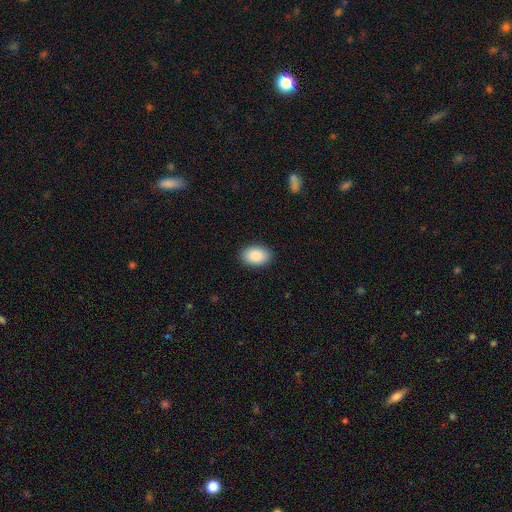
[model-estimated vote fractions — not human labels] Smooth or featured? Predicted: smooth (p=0.89). How rounded? Predicted: in between (p=0.89). Merging? Predicted: none (p=0.90).